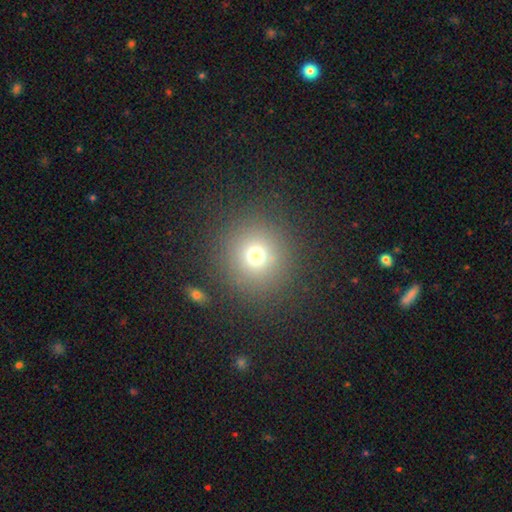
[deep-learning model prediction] Morphology: type=smooth (70%); roundness=round (93%); merging=none (86%).